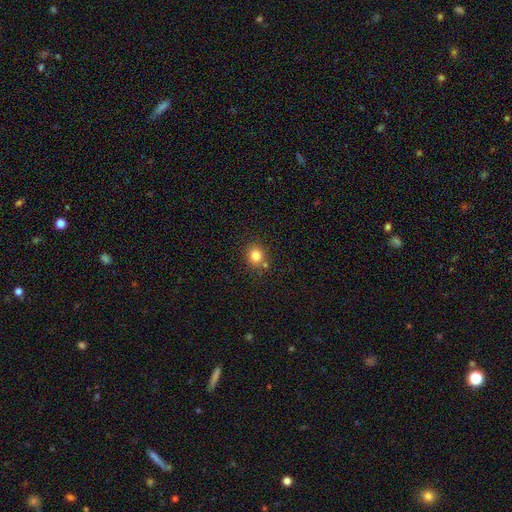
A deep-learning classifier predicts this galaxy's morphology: smooth 81%, star or artifact 12%, featured or disk 7%. Down the decision tree: how rounded — round (78%); merging — none (76%).